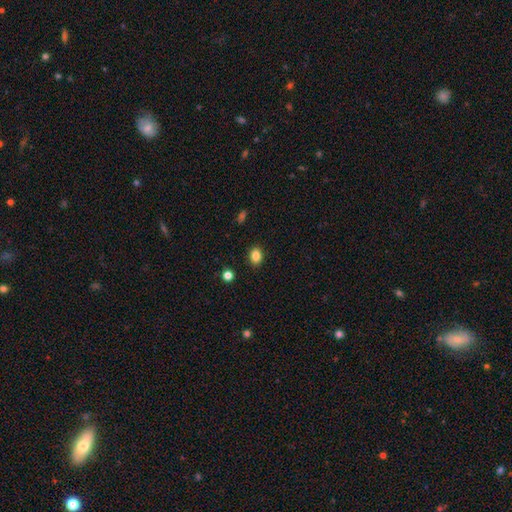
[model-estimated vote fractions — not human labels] smooth_or_featured: smooth (p=0.85) [alt: star or artifact p=0.10]
how_rounded: in between (p=0.61) [alt: round p=0.38]
merging: none (p=0.89) [alt: minor disturbance p=0.07]